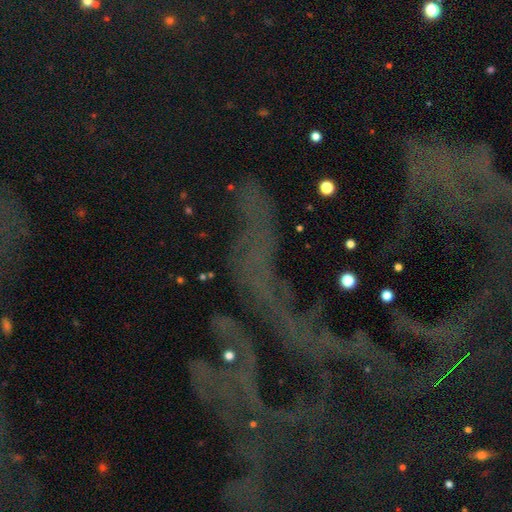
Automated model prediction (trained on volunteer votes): Overall: star or artifact (76%).